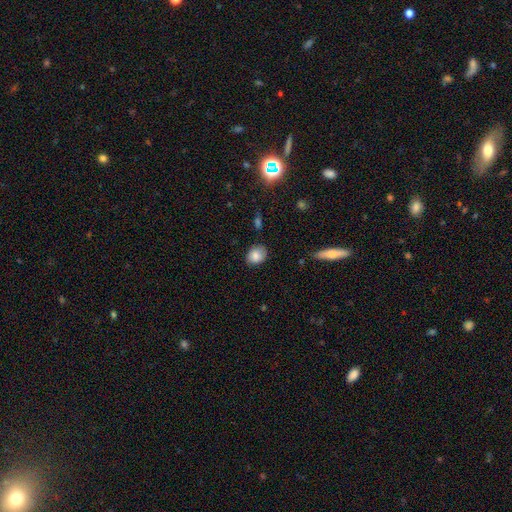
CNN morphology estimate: This appears to be a smooth galaxy with no disk features (84%) that is in between round and cigar-shaped (57%). Merging: none (78%).